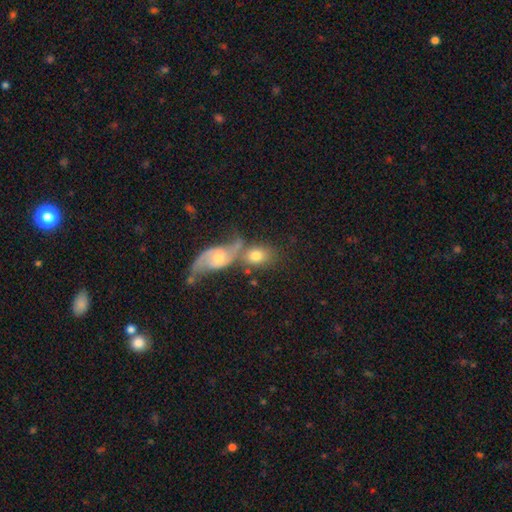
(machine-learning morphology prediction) Smooth or featured? Predicted: smooth (p=0.66). How rounded? Predicted: in between (p=0.67). Merging? Predicted: merger (p=0.47).